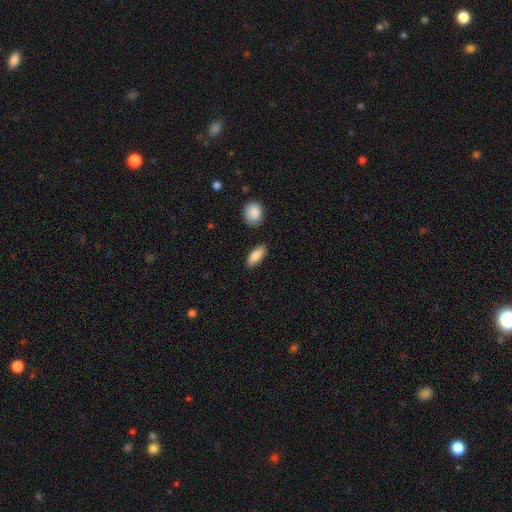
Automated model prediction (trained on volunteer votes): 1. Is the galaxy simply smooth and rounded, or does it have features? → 87% smooth, 6% featured or disk, 6% star or artifact.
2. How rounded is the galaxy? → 79% in between, 19% cigar-shaped, 3% round.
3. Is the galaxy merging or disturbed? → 82% none, 12% minor disturbance, 3% merger, 3% major disturbance.